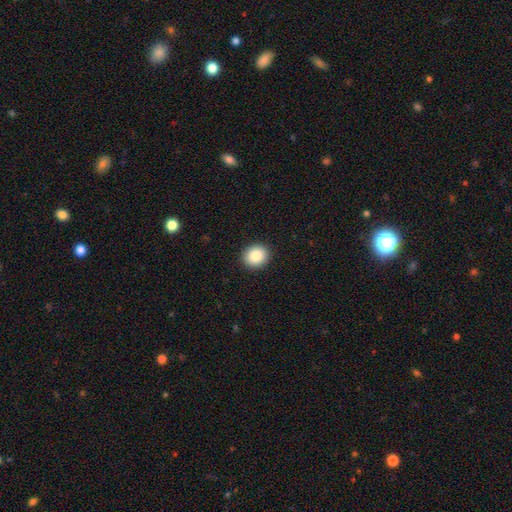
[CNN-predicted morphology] smooth-or-featured: smooth: 87% | star or artifact: 8% | featured or disk: 5%
  how-rounded: round: 73% | in between: 26% | cigar-shaped: 1%
  merging: none: 91% | minor disturbance: 6% | major disturbance: 2% | merger: 1%